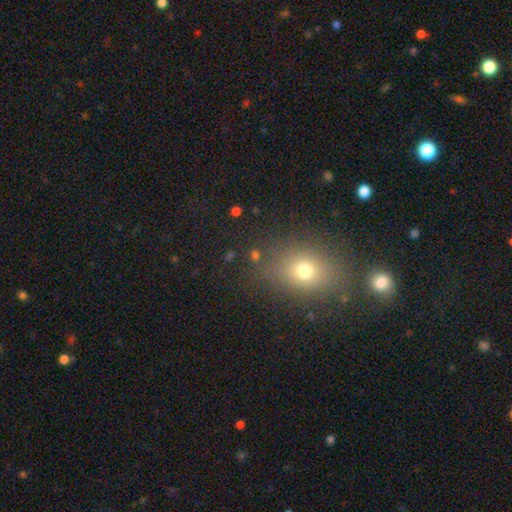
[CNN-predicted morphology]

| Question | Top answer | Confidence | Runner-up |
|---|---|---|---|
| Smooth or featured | smooth | 63% | star or artifact (26%) |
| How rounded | round | 56% | in between (42%) |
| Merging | none | 79% | minor disturbance (10%) |